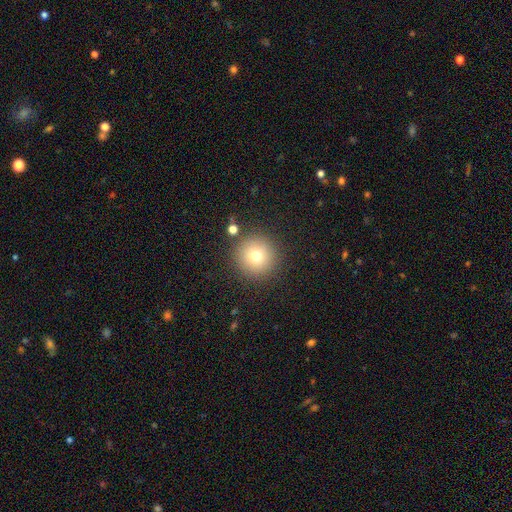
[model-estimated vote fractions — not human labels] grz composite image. It shows a smooth galaxy with no disk features (76%) that is round (96%). Merging: none (87%).